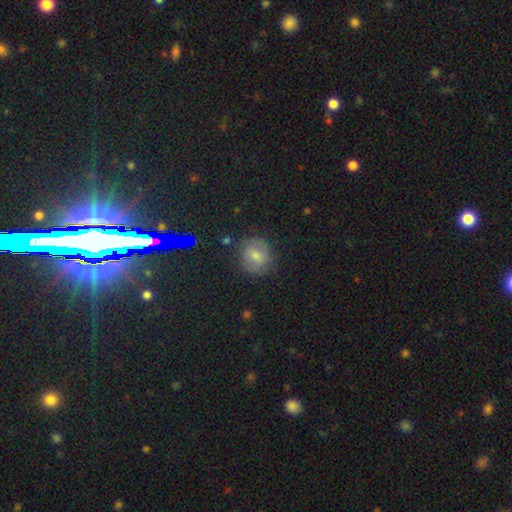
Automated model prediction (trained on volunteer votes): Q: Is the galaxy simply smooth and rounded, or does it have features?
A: smooth — 53%.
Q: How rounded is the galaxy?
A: round — 79%.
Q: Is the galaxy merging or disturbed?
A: none — 81%.